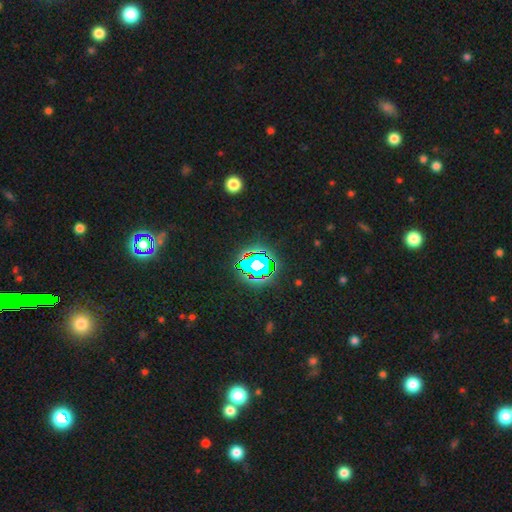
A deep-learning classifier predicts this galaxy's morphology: Smooth or featured? star or artifact (81%)